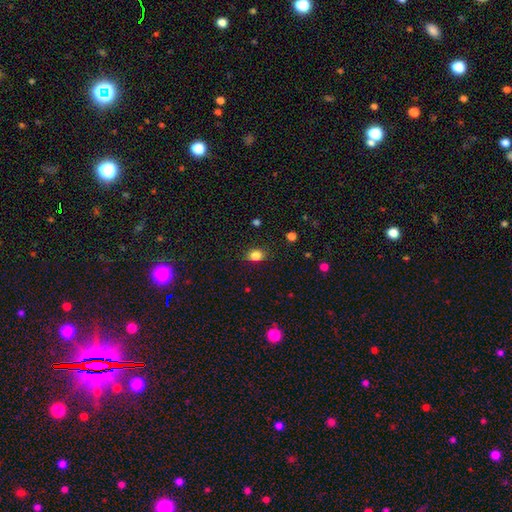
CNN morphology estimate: This appears to be a smooth galaxy with no disk features (85%) that is in between round and cigar-shaped (62%). Merging: none (85%).